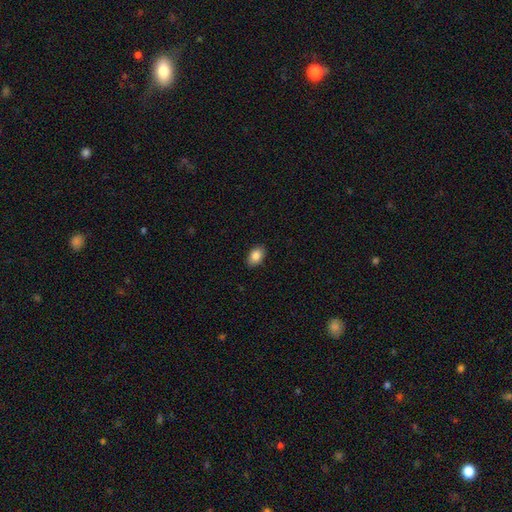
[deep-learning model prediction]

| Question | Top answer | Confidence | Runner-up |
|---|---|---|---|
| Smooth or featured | smooth | 86% | star or artifact (8%) |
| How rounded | in between | 87% | round (12%) |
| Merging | none | 88% | minor disturbance (9%) |